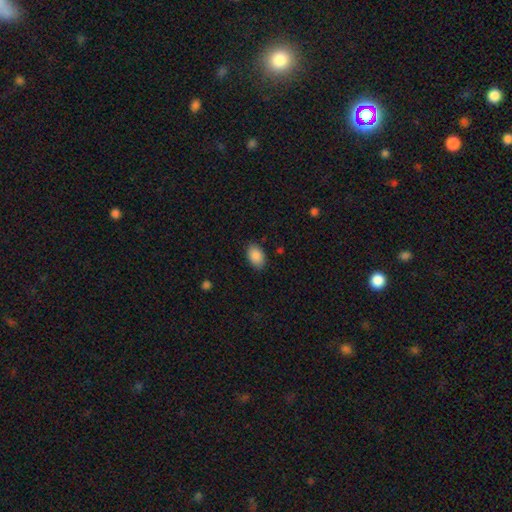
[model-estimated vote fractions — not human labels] Q: Smooth or featured?
A: smooth (88%); runner-up: star or artifact (7%)
Q: How rounded?
A: in between (89%); runner-up: round (10%)
Q: Merging?
A: none (86%); runner-up: minor disturbance (10%)